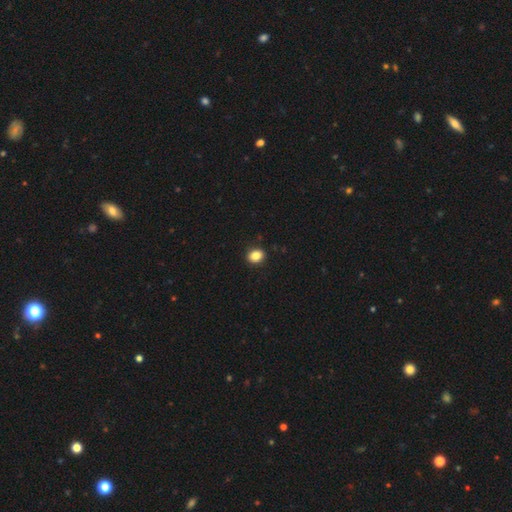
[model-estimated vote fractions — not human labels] smooth_or_featured: smooth (p=0.86) [alt: star or artifact p=0.10]
how_rounded: round (p=0.50) [alt: in between p=0.49]
merging: none (p=0.91) [alt: minor disturbance p=0.07]